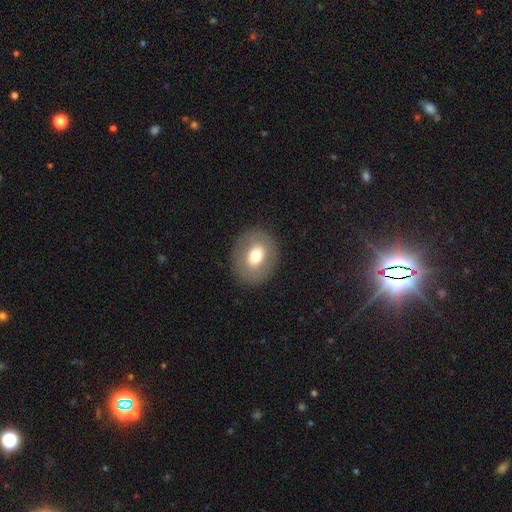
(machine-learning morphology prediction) A smooth galaxy with no disk features (64%) that is round (59%). Merging: none (87%).